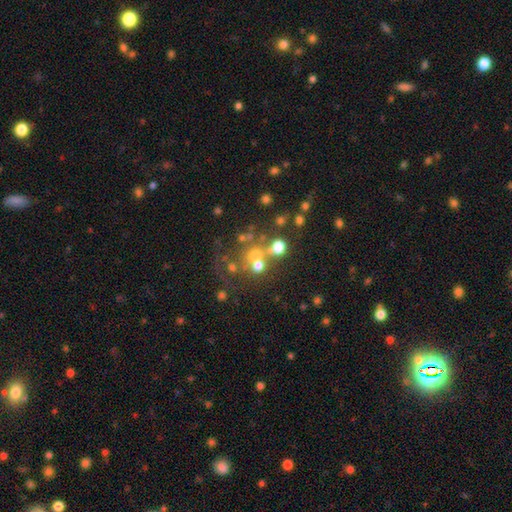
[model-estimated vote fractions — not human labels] Morphology: type=smooth (45%); merging=none (49%).